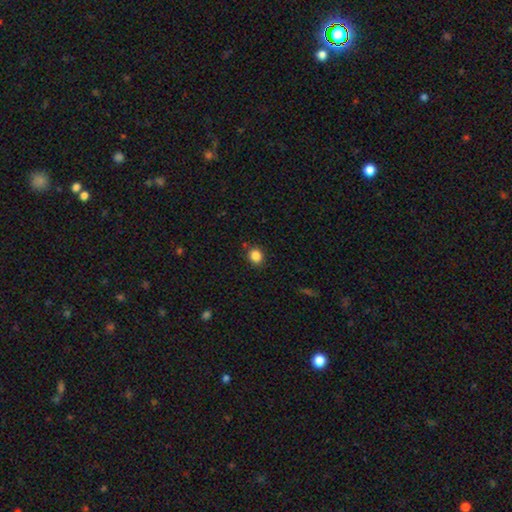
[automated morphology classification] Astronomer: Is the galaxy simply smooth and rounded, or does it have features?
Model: smooth — 85%.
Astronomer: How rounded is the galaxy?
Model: round — 76%.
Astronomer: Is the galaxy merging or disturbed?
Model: none — 85%.